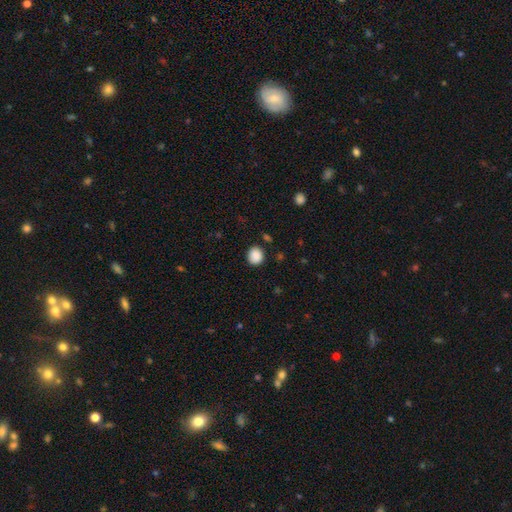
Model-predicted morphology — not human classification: The model was most divided on "how rounded": round: 79%, in between: 20%, cigar-shaped: 1%. More confident: smooth or featured — smooth (88%); merging — none (86%).